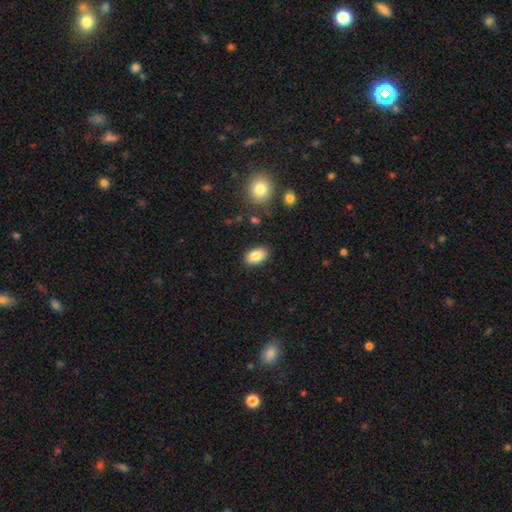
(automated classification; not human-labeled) Smooth or featured?
  - smooth: 84% *
  - featured or disk: 8%
  - star or artifact: 8%
How rounded?
  - in between: 92% *
  - round: 6%
  - cigar-shaped: 2%
Merging?
  - none: 87% *
  - minor disturbance: 9%
  - major disturbance: 2%
  - merger: 2%